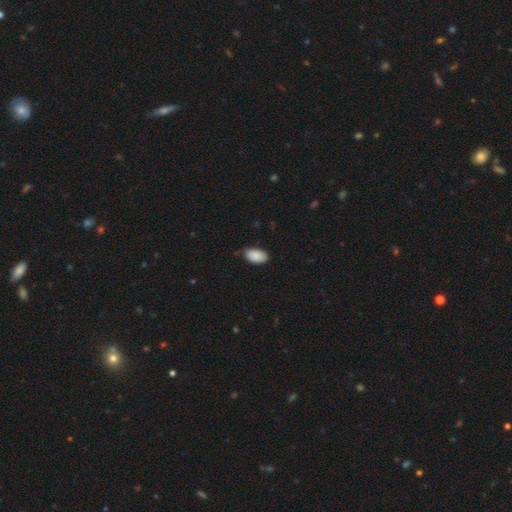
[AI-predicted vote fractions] Smooth or featured: smooth — 90% (star or artifact — 6%)
How rounded: in between — 95% (round — 3%)
Merging: none — 78% (minor disturbance — 19%)